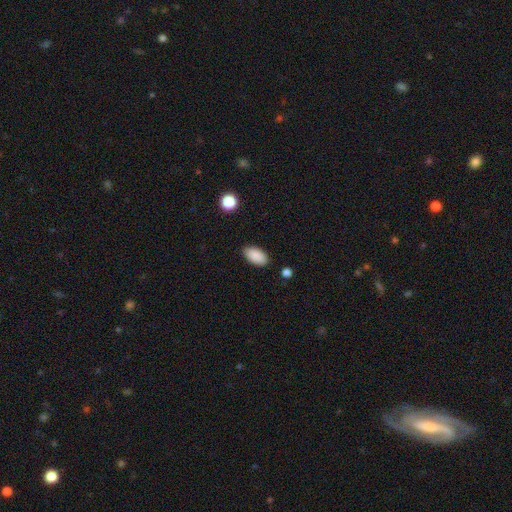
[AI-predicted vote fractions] smooth_or_featured: smooth (p=0.89) [alt: star or artifact p=0.07]
how_rounded: in between (p=0.94) [alt: round p=0.03]
merging: none (p=0.87) [alt: minor disturbance p=0.09]